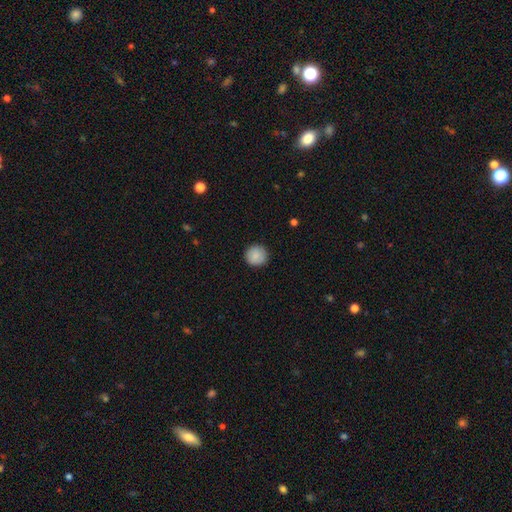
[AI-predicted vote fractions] Smooth or featured? Predicted: smooth (p=0.87). How rounded? Predicted: round (p=0.95). Merging? Predicted: none (p=0.91).